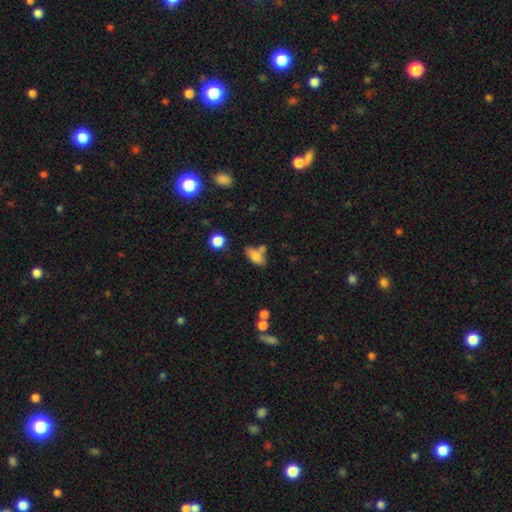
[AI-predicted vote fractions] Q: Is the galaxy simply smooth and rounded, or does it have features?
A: smooth — 77%.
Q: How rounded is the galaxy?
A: in between — 85%.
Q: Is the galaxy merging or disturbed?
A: none — 47%.